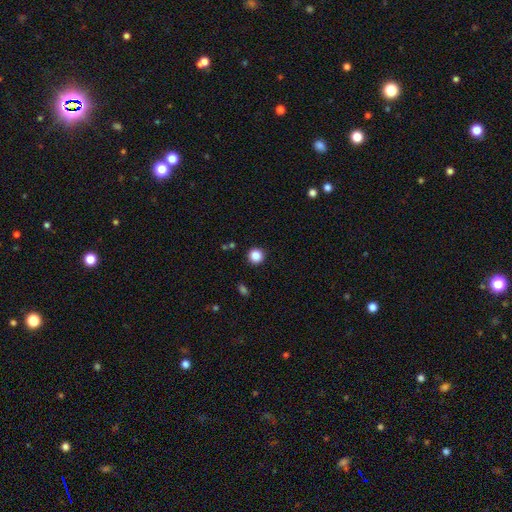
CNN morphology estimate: A smooth galaxy with no disk features (86%) that is round (93%).

Vote fractions:
- Smooth or featured? smooth: 86% / star or artifact: 11% / featured or disk: 3%
- How rounded? round: 93% / in between: 6% / cigar-shaped: 1%
- Merging? none: 91% / minor disturbance: 6% / major disturbance: 2% / merger: 2%